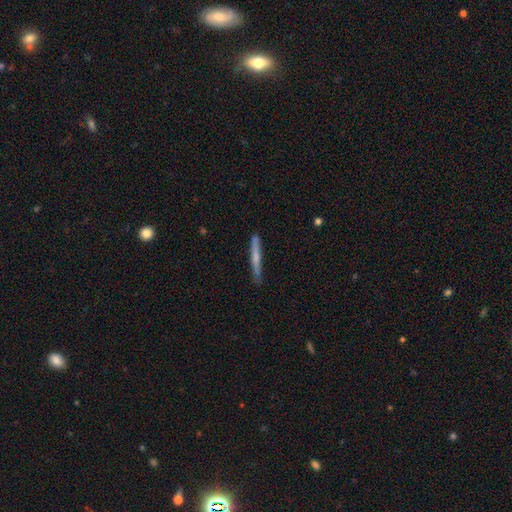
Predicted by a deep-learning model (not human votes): A smooth galaxy with no disk features (55%) that is cigar-shaped (96%). Merging: none (83%).